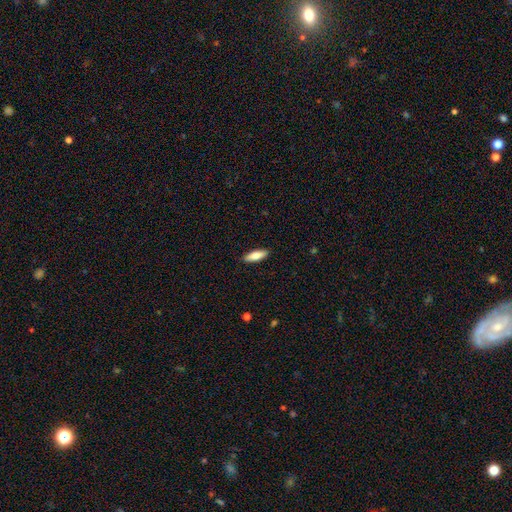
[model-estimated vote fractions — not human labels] smooth_or_featured: smooth (p=0.76) [alt: featured or disk p=0.18]
how_rounded: in between (p=0.56) [alt: cigar-shaped p=0.42]
merging: none (p=0.90) [alt: minor disturbance p=0.07]